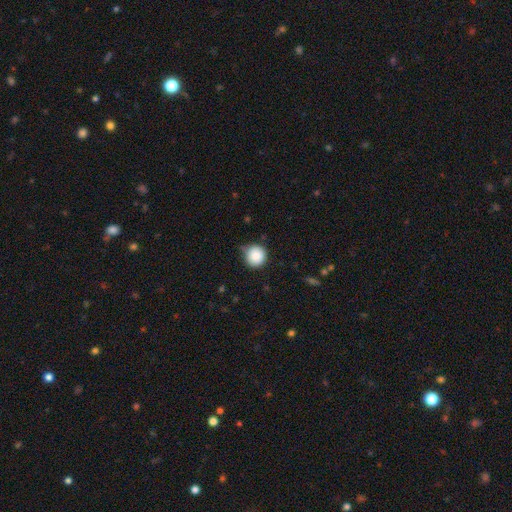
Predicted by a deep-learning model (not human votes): Overall: smooth (87%). How rounded: round (95%). Merging: none (70%).